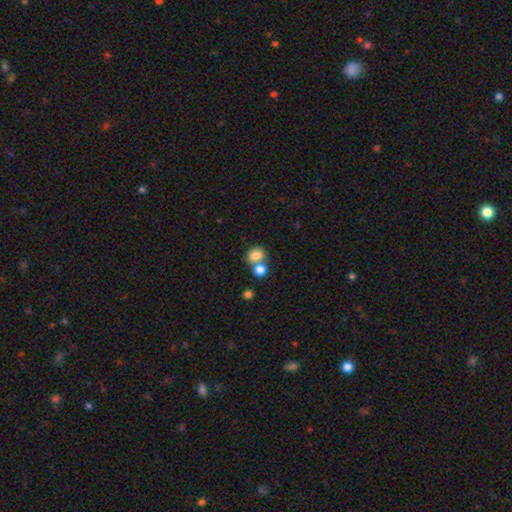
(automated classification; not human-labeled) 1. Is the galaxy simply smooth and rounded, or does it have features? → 81% smooth, 10% star or artifact, 9% featured or disk.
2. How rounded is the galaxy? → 56% round, 43% in between, 1% cigar-shaped.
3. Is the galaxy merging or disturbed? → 46% merger, 41% none, 9% minor disturbance, 4% major disturbance.